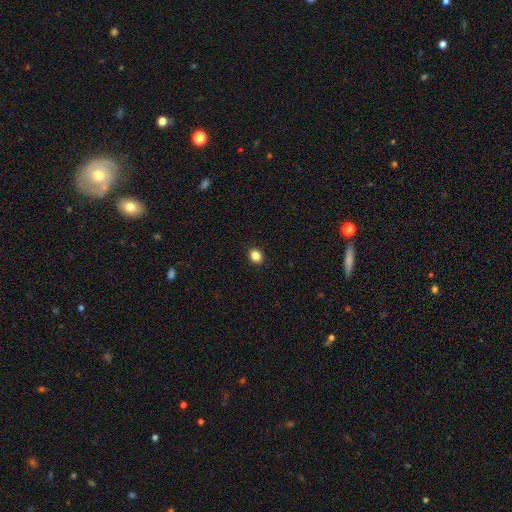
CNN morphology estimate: Smooth or featured: smooth — 85% (star or artifact — 11%)
How rounded: round — 62% (in between — 37%)
Merging: none — 92% (minor disturbance — 6%)